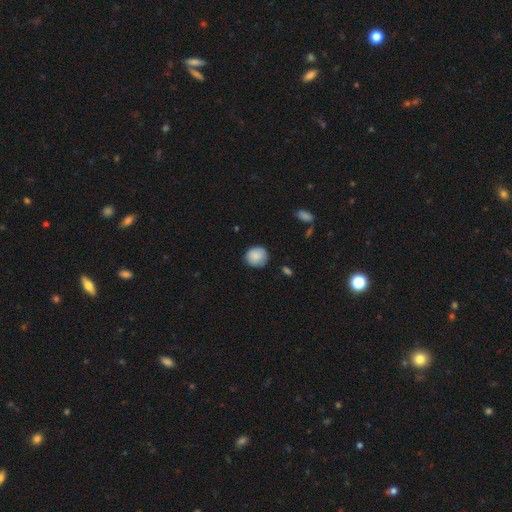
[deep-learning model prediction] This appears to be a smooth galaxy with no disk features (86%) that is round (86%). Merging: none (79%).